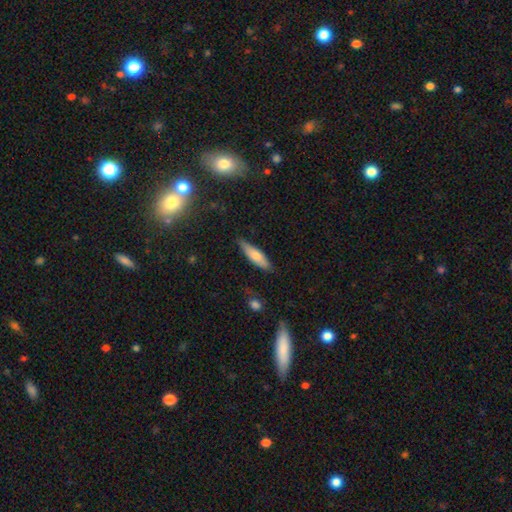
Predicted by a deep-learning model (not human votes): smooth-or-featured: smooth: 67% | featured or disk: 27% | star or artifact: 6%
  how-rounded: cigar-shaped: 59% | in between: 39% | round: 2%
  merging: none: 78% | minor disturbance: 17% | major disturbance: 3% | merger: 2%